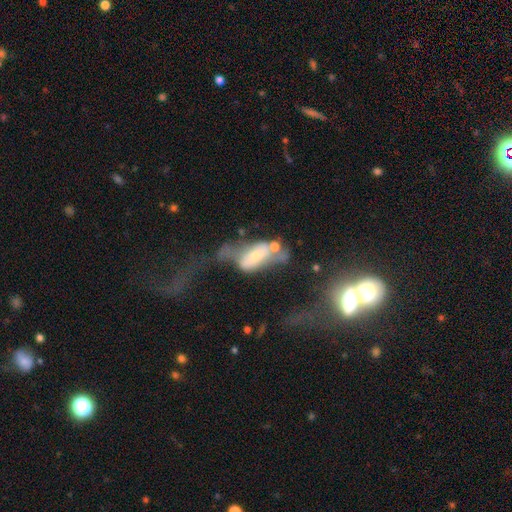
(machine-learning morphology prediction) Smooth or featured?
  - featured or disk: 54% *
  - smooth: 37%
  - star or artifact: 9%
Edge-on disk?
  - no: 86% *
  - yes: 14%
Merging?
  - major disturbance: 42% *
  - merger: 31%
  - none: 14%
  - minor disturbance: 13%